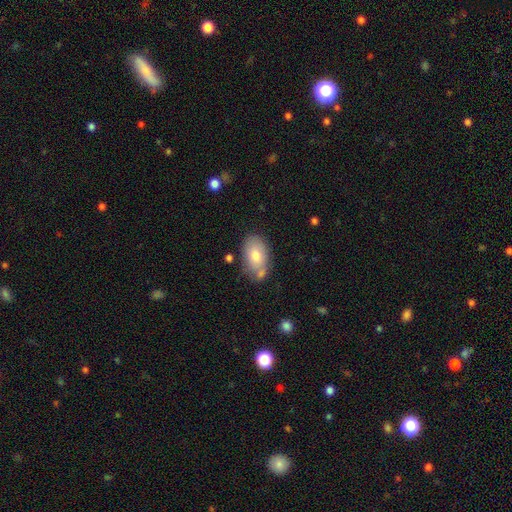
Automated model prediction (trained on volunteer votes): Q: Smooth or featured?
A: smooth (72%); runner-up: featured or disk (20%)
Q: How rounded?
A: in between (91%); runner-up: round (8%)
Q: Merging?
A: none (64%); runner-up: minor disturbance (19%)